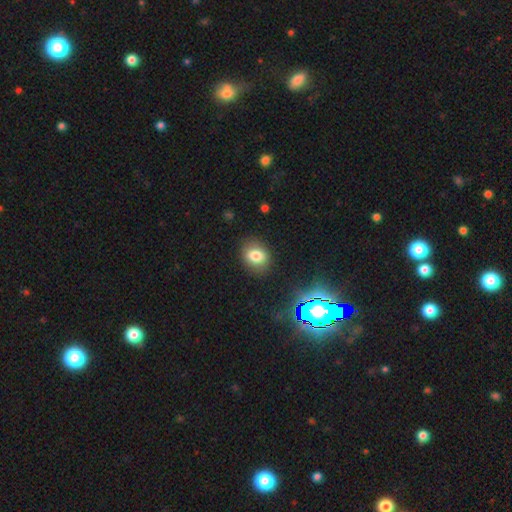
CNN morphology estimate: A smooth galaxy with no disk features (77%) that is in between round and cigar-shaped (51%). Merging: none (84%).